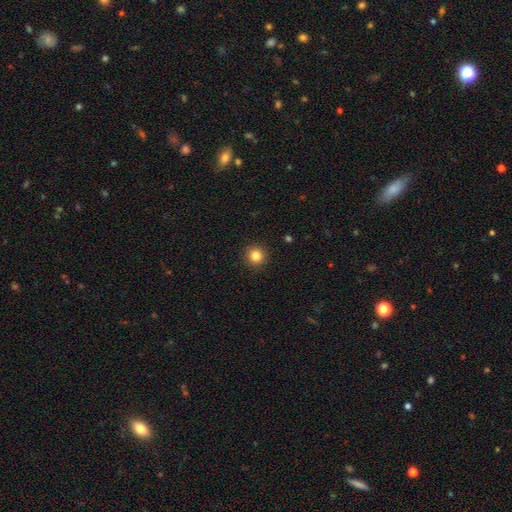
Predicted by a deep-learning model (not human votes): smooth-or-featured: smooth: 84% | star or artifact: 11% | featured or disk: 5%
  how-rounded: round: 94% | in between: 5% | cigar-shaped: 1%
  merging: none: 92% | minor disturbance: 5% | major disturbance: 2% | merger: 1%